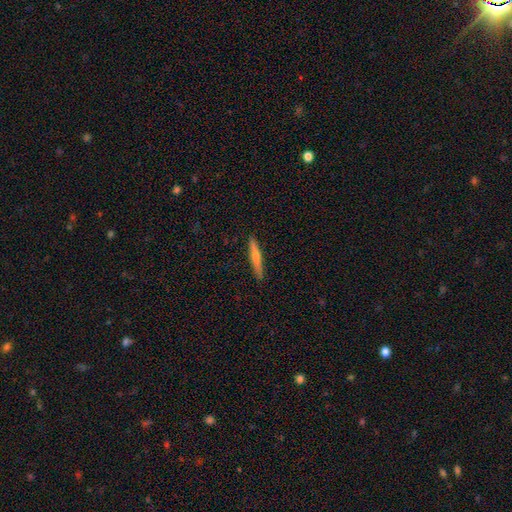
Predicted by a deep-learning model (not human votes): Q: Smooth or featured?
A: featured or disk (53%); runner-up: smooth (40%)
Q: Edge-on disk?
A: yes (96%); runner-up: no (4%)
Q: Edge-on bulge?
A: rounded (70%); runner-up: none (25%)
Q: Merging?
A: none (91%); runner-up: minor disturbance (7%)